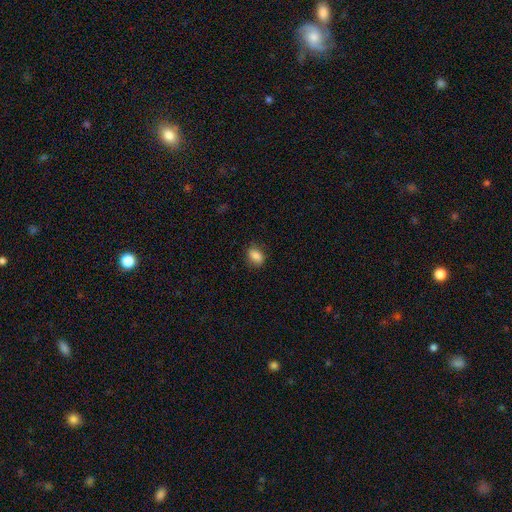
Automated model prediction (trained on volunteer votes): Overall: smooth (86%). How rounded: in between (80%). Merging: none (78%).